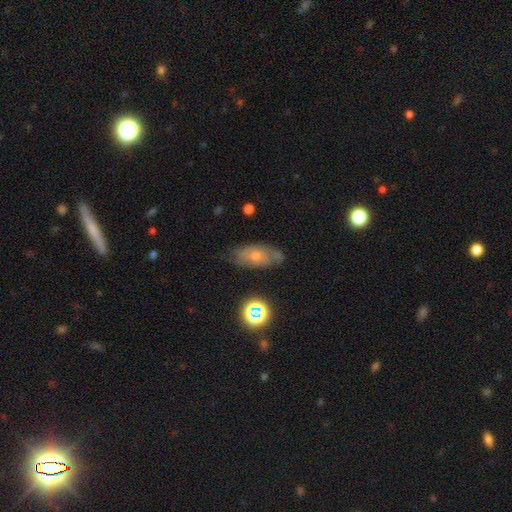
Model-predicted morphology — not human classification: This is possibly a featured or disk galaxy (48%). Merging: likely none (61%).